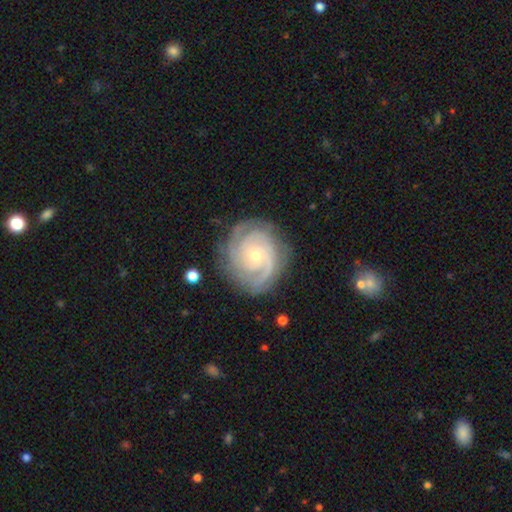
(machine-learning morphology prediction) smooth-or-featured: featured or disk: 89% | smooth: 6% | star or artifact: 5%
  disk-edge-on: no: 98% | yes: 2%
    bar: no: 75% | weak: 20% | strong: 5%
    has-spiral-arms: yes: 98% | no: 2%
      spiral-winding: tight: 72% | medium: 24% | loose: 4%
      spiral-arm-count: 3: 35% | 2: 23% | can't tell: 17% | 4: 13% | more than 4: 6% | 1: 6%
    bulge-size: small: 68% | moderate: 29% | large: 1% | none: 1% | dominant: 1%
  merging: none: 82% | minor disturbance: 13% | major disturbance: 4% | merger: 1%